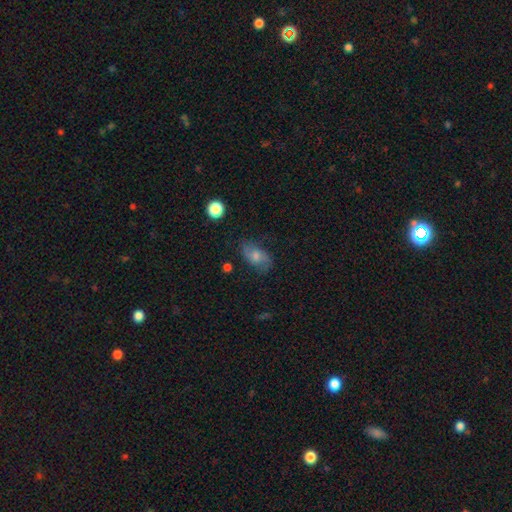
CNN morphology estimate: Overall: featured or disk (45%; smooth 42%). Merging: none (72%).